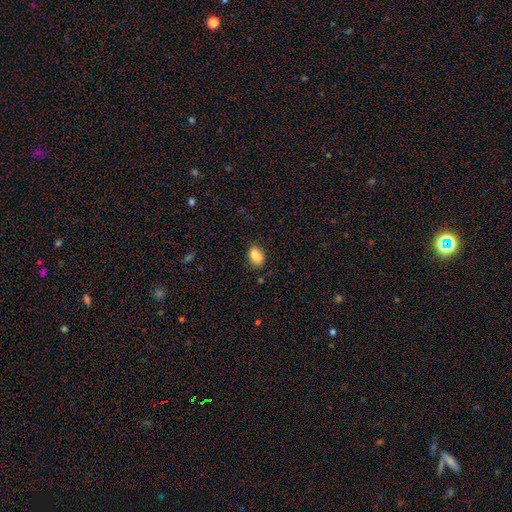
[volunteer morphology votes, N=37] This appears to be a smooth galaxy with no disk features (95%) that is in between round and cigar-shaped (60%). Merging: none (61%).